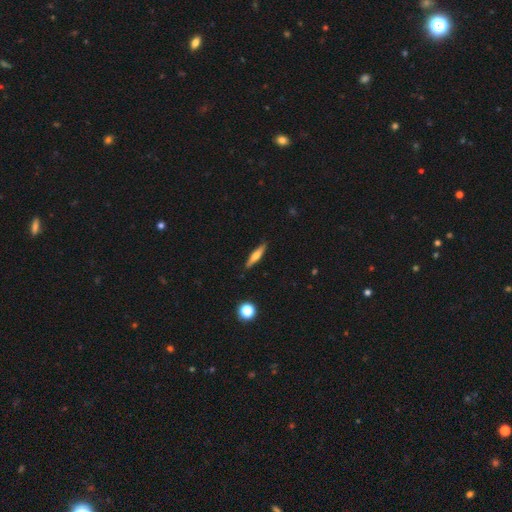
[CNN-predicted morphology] This appears to be a smooth galaxy with no disk features (50%) that is cigar-shaped (84%). Merging: none (88%).